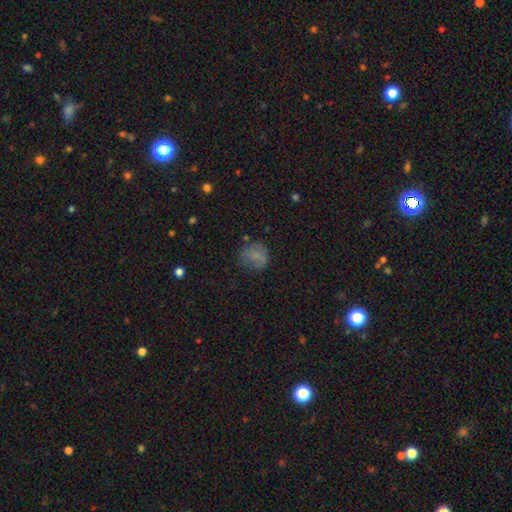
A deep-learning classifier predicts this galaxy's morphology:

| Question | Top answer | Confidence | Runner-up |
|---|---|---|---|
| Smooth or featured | smooth | 69% | featured or disk (18%) |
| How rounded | round | 73% | in between (26%) |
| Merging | none | 60% | minor disturbance (24%) |